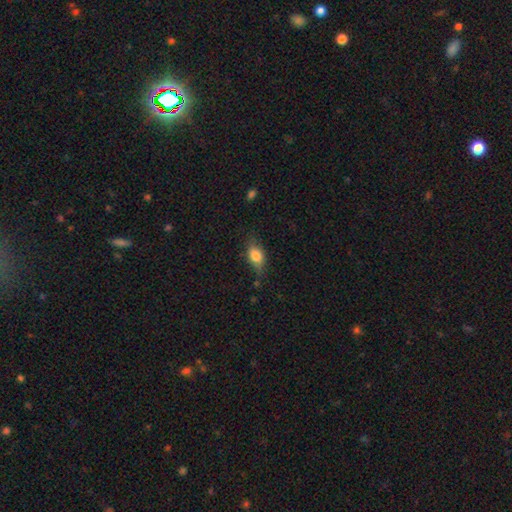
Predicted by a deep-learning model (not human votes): smooth_or_featured: smooth (p=0.76) [alt: featured or disk p=0.16]
how_rounded: in between (p=0.80) [alt: round p=0.13]
merging: none (p=0.66) [alt: minor disturbance p=0.25]